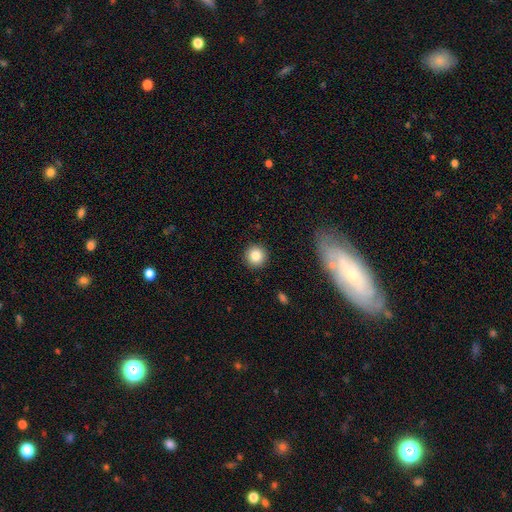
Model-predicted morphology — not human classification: type=smooth (85%); roundness=round (94%); merging=none (92%).